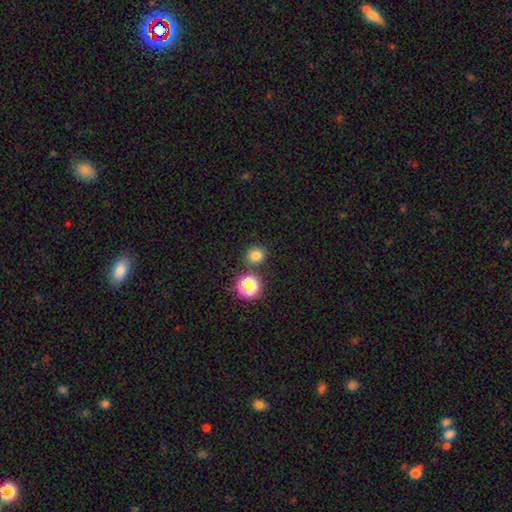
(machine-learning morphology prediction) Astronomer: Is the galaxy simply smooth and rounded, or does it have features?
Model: smooth — 78%.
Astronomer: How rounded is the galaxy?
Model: round — 89%.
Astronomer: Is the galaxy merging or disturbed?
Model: none — 82%.